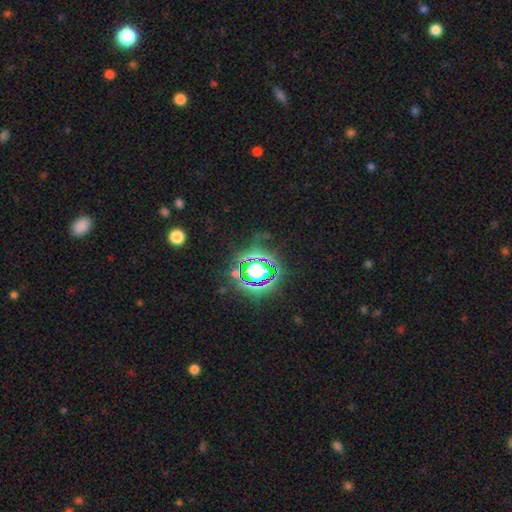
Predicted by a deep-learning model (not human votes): Morphology: type=star or artifact (82%).